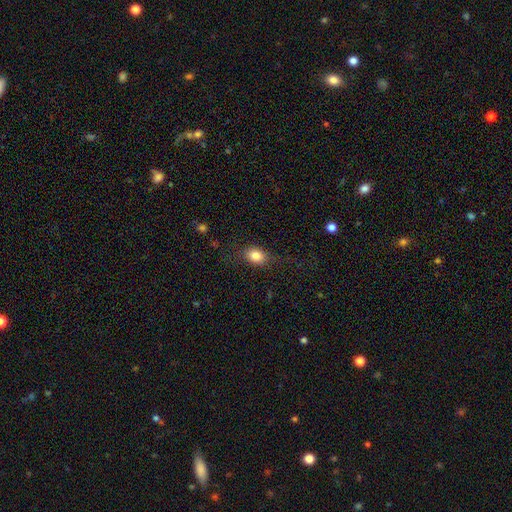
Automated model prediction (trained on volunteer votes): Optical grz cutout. It shows a smooth galaxy with no disk features (81%) that is in between round and cigar-shaped (59%). Merging: none (73%).